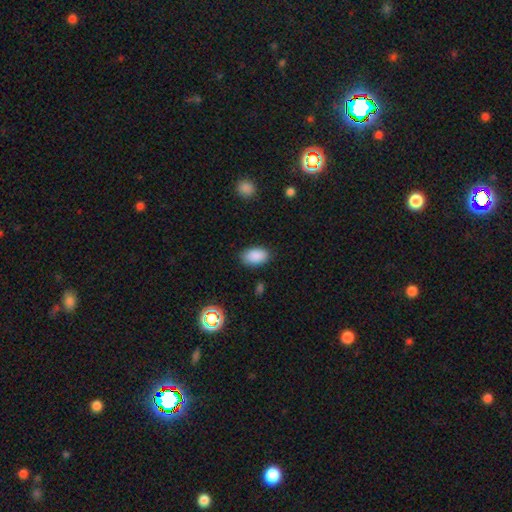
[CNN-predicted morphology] This is clearly a smooth galaxy (88%). How rounded: clearly in between (92%). Merging: clearly none (86%).